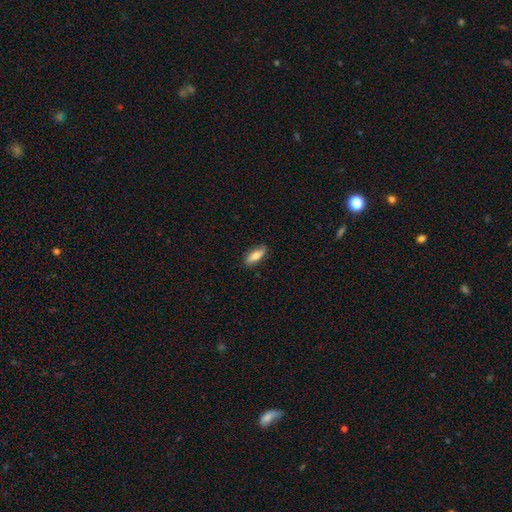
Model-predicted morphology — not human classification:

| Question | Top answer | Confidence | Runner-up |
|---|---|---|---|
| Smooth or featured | smooth | 76% | featured or disk (18%) |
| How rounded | in between | 72% | cigar-shaped (25%) |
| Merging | none | 84% | minor disturbance (12%) |